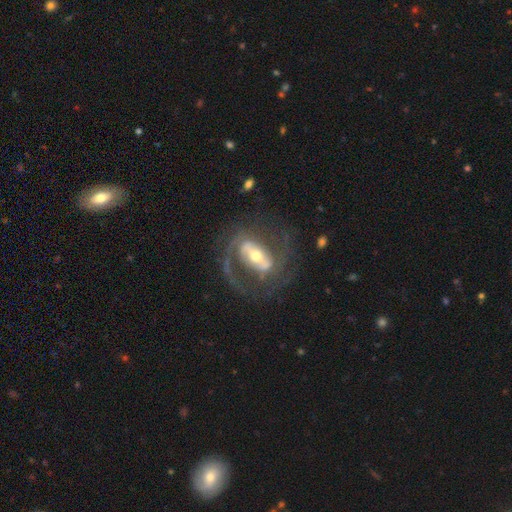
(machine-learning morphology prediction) This is clearly a featured or disk galaxy (85%). It is clearly not viewed edge-on (95%). Bar: possibly strong (52%). Spiral arm pattern: clearly yes (88%). Spiral arm count: likely 2 (69%). Spiral winding: possibly medium (48%). Central bulge: possibly moderate (60%). Merging: likely none (61%).